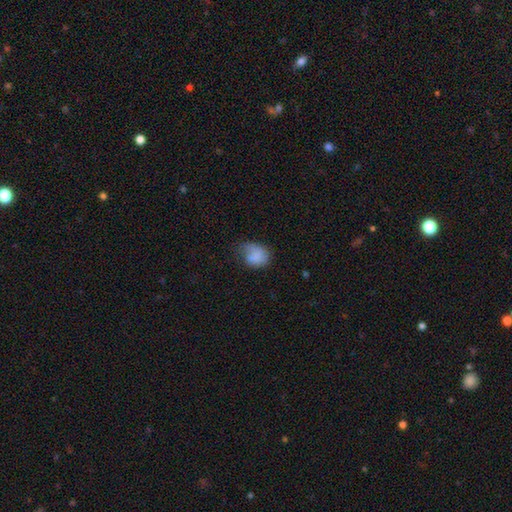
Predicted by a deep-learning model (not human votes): smooth 77%, featured or disk 14%, star or artifact 8%. Down the decision tree: how rounded — in between (58%); merging — none (38%).